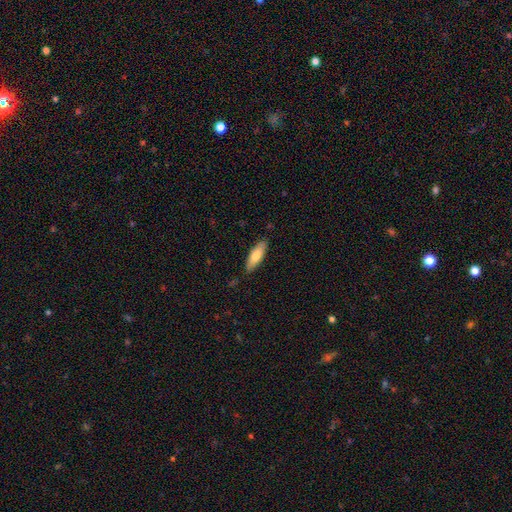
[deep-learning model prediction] The model was most divided on "how rounded": in between: 53%, cigar-shaped: 45%, round: 2%. More confident: merging — none (84%); smooth or featured — smooth (75%).